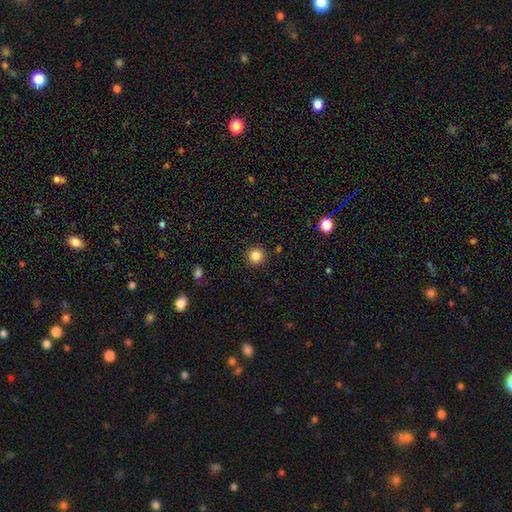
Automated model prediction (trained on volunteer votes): Smooth or featured: smooth — 85% (star or artifact — 11%)
How rounded: round — 95% (in between — 4%)
Merging: none — 91% (minor disturbance — 5%)